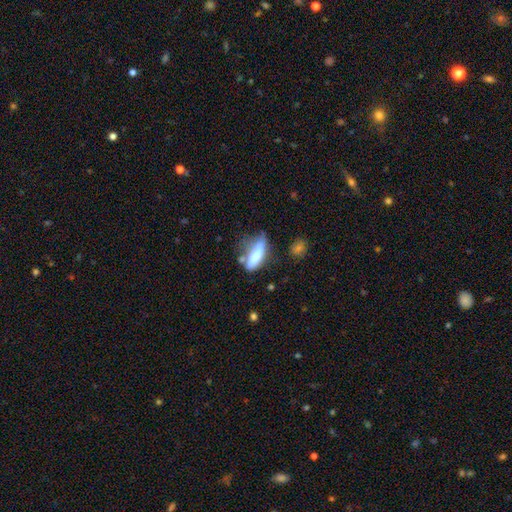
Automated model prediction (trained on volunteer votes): Smooth or featured? Predicted: smooth (p=0.67). How rounded? Predicted: in between (p=0.50). Merging? Predicted: none (p=0.34).